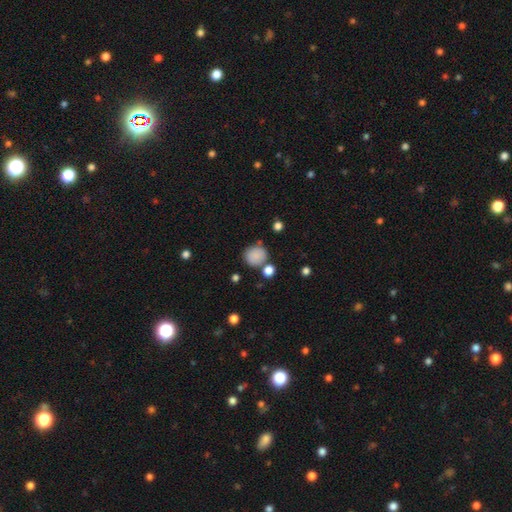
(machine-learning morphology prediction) Overall: smooth (85%). How rounded: round (83%). Merging: none (71%).